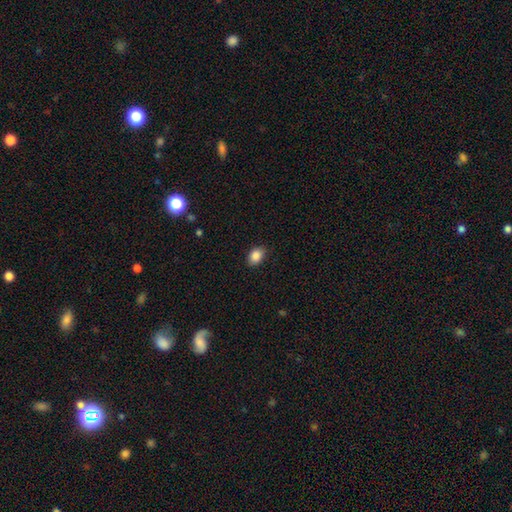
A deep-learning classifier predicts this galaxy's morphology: Smooth or featured?
  - smooth: 88% *
  - star or artifact: 8%
  - featured or disk: 4%
How rounded?
  - in between: 75% *
  - round: 24%
  - cigar-shaped: 1%
Merging?
  - none: 86% *
  - minor disturbance: 10%
  - major disturbance: 2%
  - merger: 1%